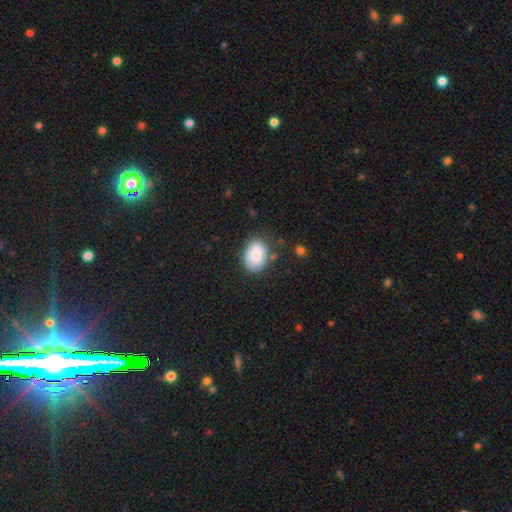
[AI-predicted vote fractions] smooth_or_featured: smooth (p=0.75) [alt: featured or disk p=0.18]
how_rounded: in between (p=0.76) [alt: round p=0.23]
merging: none (p=0.71) [alt: minor disturbance p=0.20]